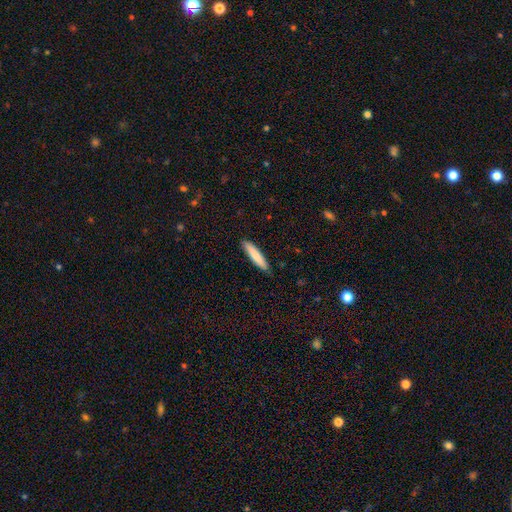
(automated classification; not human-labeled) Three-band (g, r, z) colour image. It shows a smooth galaxy with no disk features (82%) that is cigar-shaped (87%). Merging: none (88%).